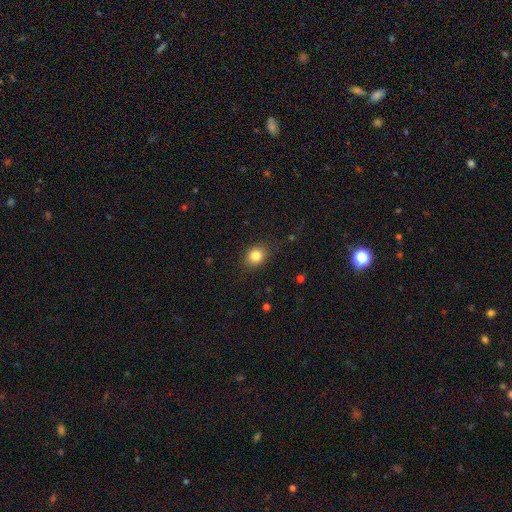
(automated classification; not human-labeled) This is clearly a smooth galaxy (83%). How rounded: possibly round (58%). Merging: clearly none (84%).